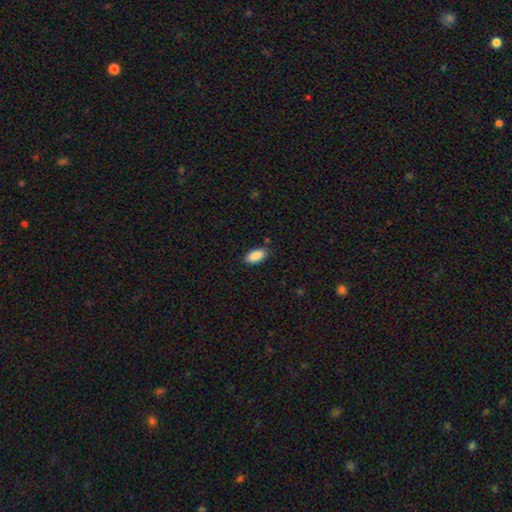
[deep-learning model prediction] Smooth or featured: smooth — 90% (star or artifact — 7%)
How rounded: in between — 93% (cigar-shaped — 5%)
Merging: none — 86% (minor disturbance — 11%)